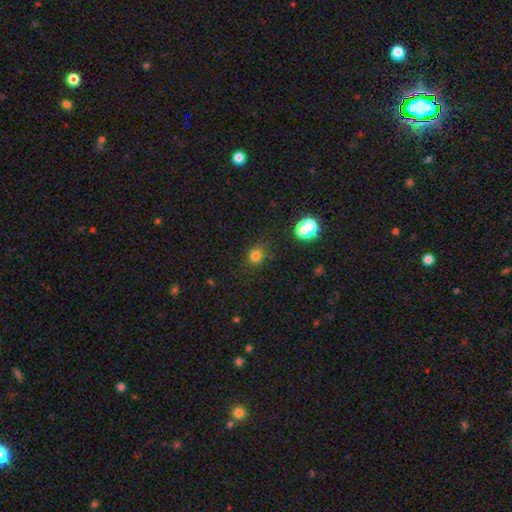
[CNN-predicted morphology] Smooth or featured? Predicted: smooth (p=0.78). How rounded? Predicted: round (p=0.84). Merging? Predicted: none (p=0.83).